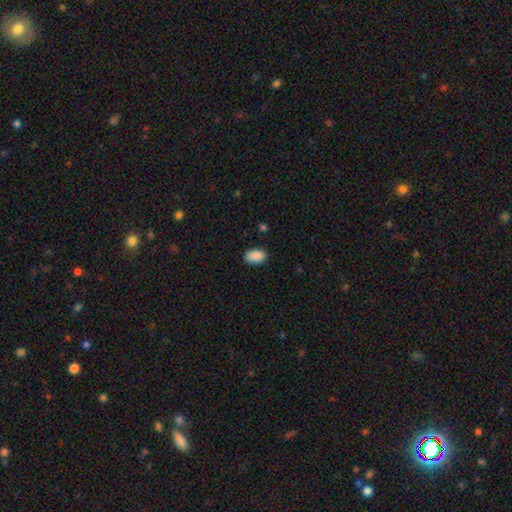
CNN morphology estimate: A smooth galaxy with no disk features (90%) that is in between round and cigar-shaped (90%).

Vote fractions:
- Smooth or featured? smooth: 90% / star or artifact: 7% / featured or disk: 3%
- How rounded? in between: 90% / round: 9% / cigar-shaped: 1%
- Merging? none: 85% / minor disturbance: 12% / major disturbance: 2% / merger: 1%